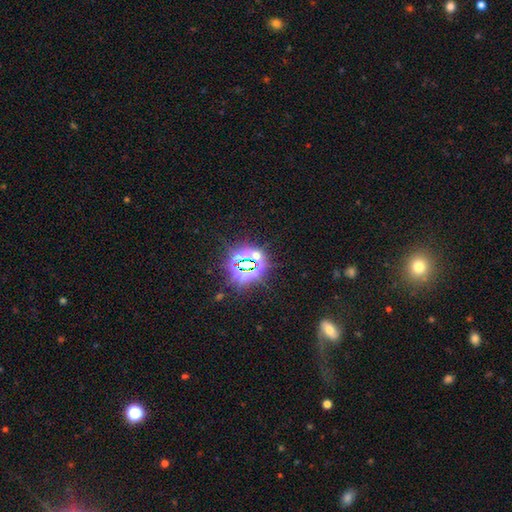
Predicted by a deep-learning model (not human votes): Overall: star or artifact (80%).